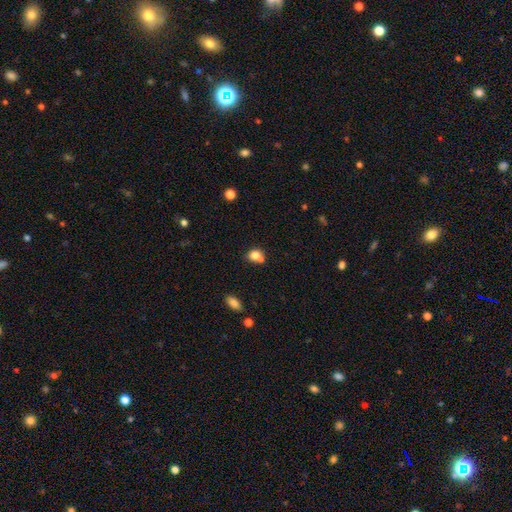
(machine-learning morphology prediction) Smooth or featured? smooth (78%)
How rounded? round (60%)
Merging? none (43%)